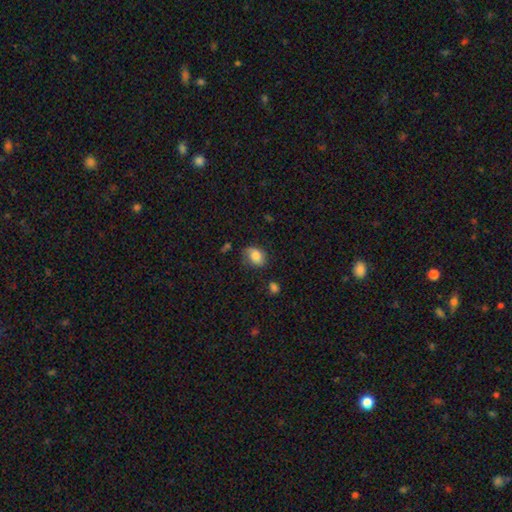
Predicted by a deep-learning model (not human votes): smooth 78%, featured or disk 13%, star or artifact 9%. Down the decision tree: how rounded — in between (76%); merging — none (62%).